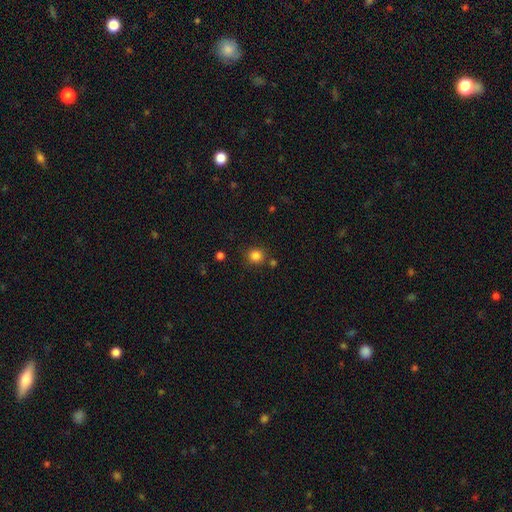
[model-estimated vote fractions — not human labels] smooth 84%, star or artifact 12%, featured or disk 4%. Down the decision tree: how rounded — round (89%); merging — none (82%).